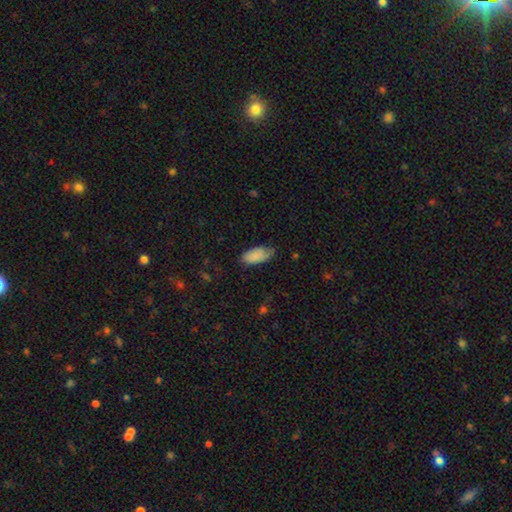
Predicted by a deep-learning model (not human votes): This appears to be a smooth galaxy with no disk features (84%) that is in between round and cigar-shaped (92%). Merging: none (59%).